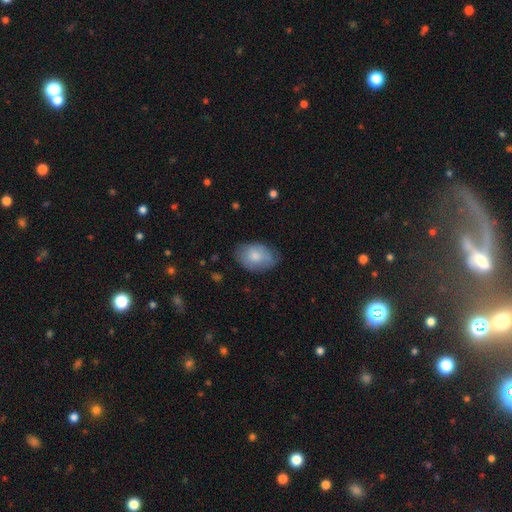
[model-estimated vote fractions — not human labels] Smooth or featured: smooth — 77% (featured or disk — 17%)
How rounded: in between — 83% (round — 16%)
Merging: none — 70% (minor disturbance — 23%)